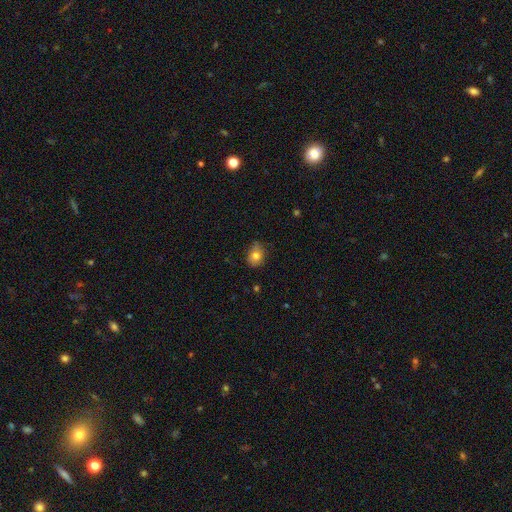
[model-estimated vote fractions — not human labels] Smooth or featured? smooth (76%)
How rounded? in between (53%)
Merging? none (66%)